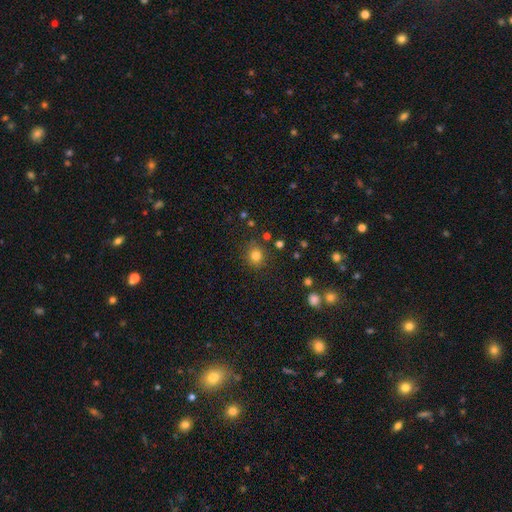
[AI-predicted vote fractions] Smooth or featured?
  - smooth: 80% *
  - star or artifact: 14%
  - featured or disk: 6%
How rounded?
  - round: 84% *
  - in between: 15%
  - cigar-shaped: 1%
Merging?
  - none: 84% *
  - minor disturbance: 10%
  - major disturbance: 3%
  - merger: 3%